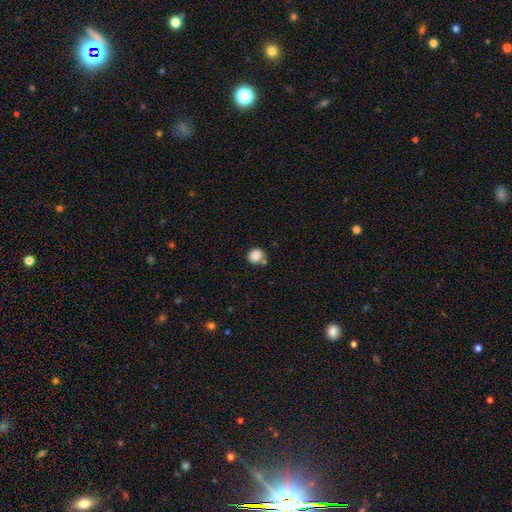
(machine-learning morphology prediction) smooth-or-featured: smooth: 85% | star or artifact: 10% | featured or disk: 5%
  how-rounded: round: 89% | in between: 10% | cigar-shaped: 1%
  merging: none: 67% | minor disturbance: 16% | merger: 13% | major disturbance: 4%